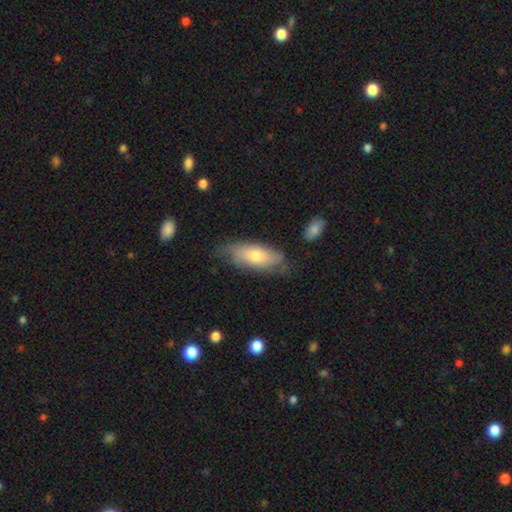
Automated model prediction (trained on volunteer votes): Morphology: type=smooth (60%); roundness=in between (76%); merging=none (61%).